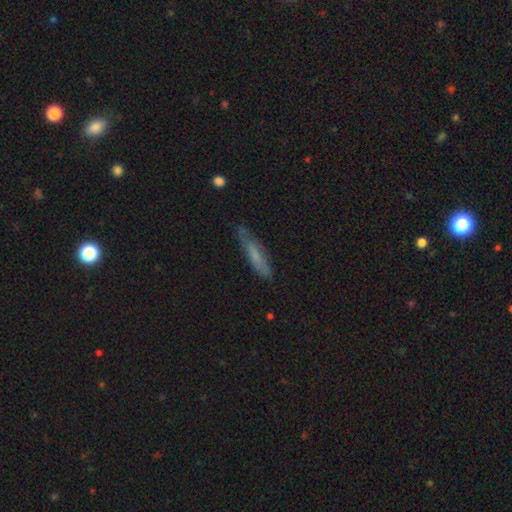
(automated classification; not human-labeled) A smooth galaxy with no disk features (63%) that is cigar-shaped (80%).

Vote fractions:
- Smooth or featured? smooth: 63% / featured or disk: 29% / star or artifact: 8%
- How rounded? cigar-shaped: 80% / in between: 19% / round: 2%
- Merging? none: 70% / minor disturbance: 23% / major disturbance: 5% / merger: 2%